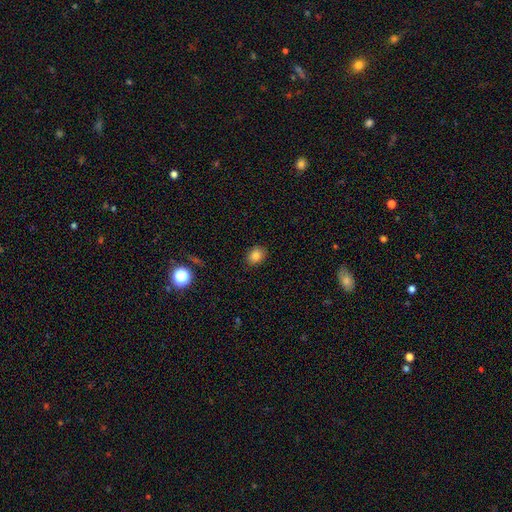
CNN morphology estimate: smooth_or_featured: smooth (p=0.82) [alt: star or artifact p=0.11]
how_rounded: in between (p=0.54) [alt: round p=0.45]
merging: none (p=0.89) [alt: minor disturbance p=0.08]